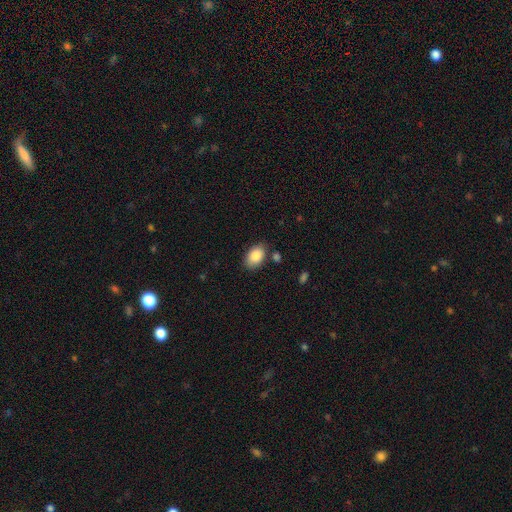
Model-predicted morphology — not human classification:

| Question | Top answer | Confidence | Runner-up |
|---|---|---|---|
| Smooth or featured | smooth | 88% | star or artifact (7%) |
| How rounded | in between | 89% | round (10%) |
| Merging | none | 77% | minor disturbance (14%) |